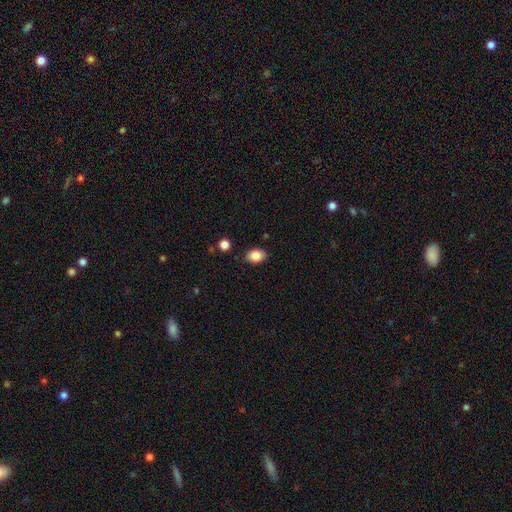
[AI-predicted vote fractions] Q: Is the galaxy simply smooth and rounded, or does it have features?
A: smooth — 86%.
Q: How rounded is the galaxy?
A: in between — 71%.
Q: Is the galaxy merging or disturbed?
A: none — 86%.